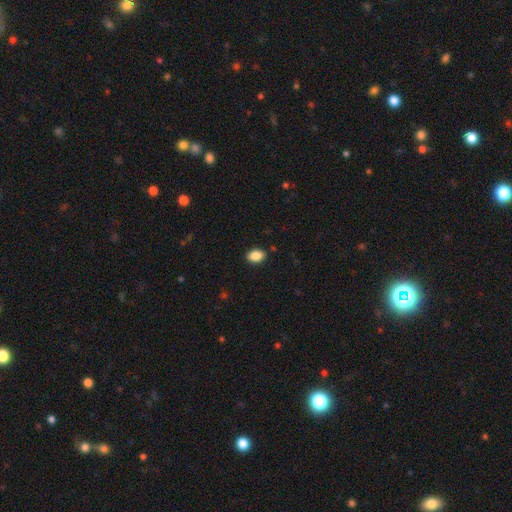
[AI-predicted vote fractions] The model was most divided on "how rounded": in between: 79%, round: 20%, cigar-shaped: 1%. More confident: merging — none (89%); smooth or featured — smooth (87%).